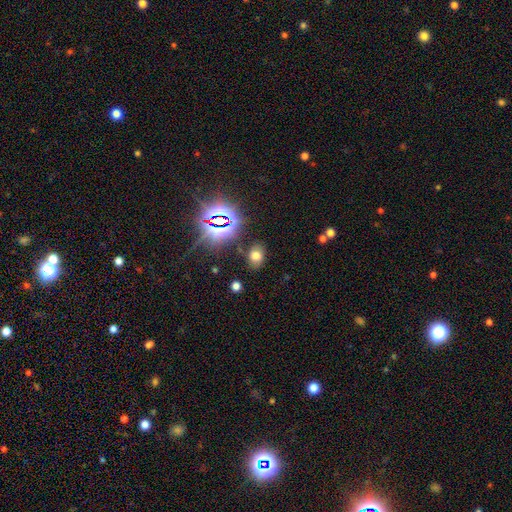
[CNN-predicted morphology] smooth 63%, star or artifact 26%, featured or disk 11%. Down the decision tree: how rounded — in between (73%); merging — none (81%).